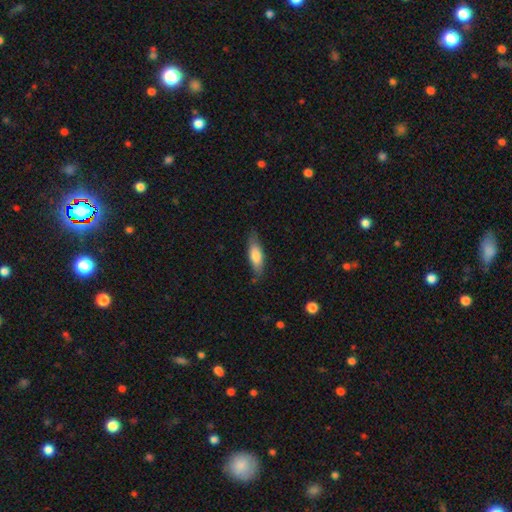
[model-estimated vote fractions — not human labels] Smooth or featured: smooth — 76% (featured or disk — 18%)
How rounded: in between — 55% (cigar-shaped — 43%)
Merging: none — 77% (minor disturbance — 18%)